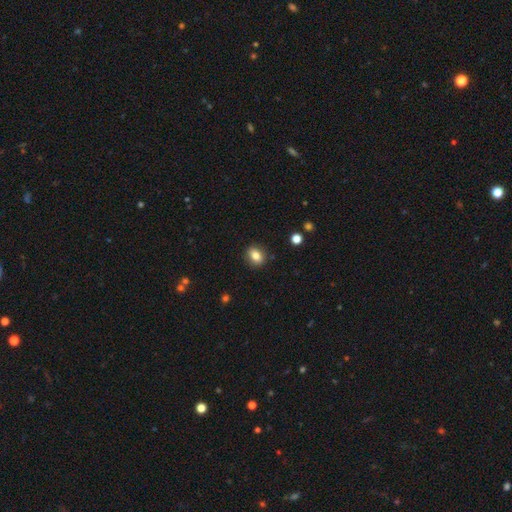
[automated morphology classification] This is clearly a smooth galaxy (82%). How rounded: possibly in between (55%). Merging: clearly none (87%).